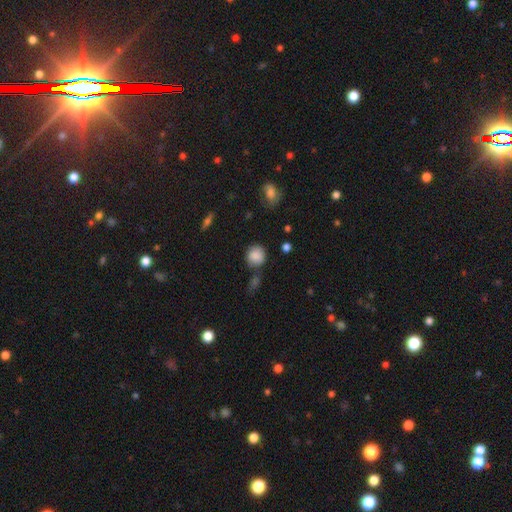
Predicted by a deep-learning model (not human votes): Smooth or featured? smooth (86%)
How rounded? round (84%)
Merging? none (72%)